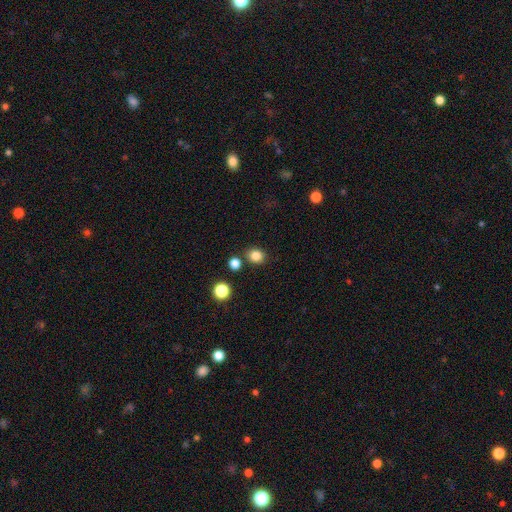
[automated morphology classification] This appears to be a smooth galaxy with no disk features (84%) that is round (71%). Merging: none (82%).